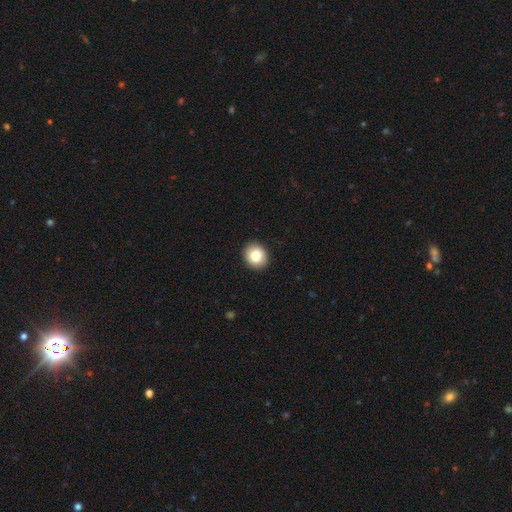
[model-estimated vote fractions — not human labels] A smooth galaxy with no disk features (82%) that is round (76%).

Vote fractions:
- Smooth or featured? smooth: 82% / featured or disk: 9% / star or artifact: 9%
- How rounded? round: 76% / in between: 23% / cigar-shaped: 1%
- Merging? none: 92% / minor disturbance: 6% / major disturbance: 2% / merger: 1%